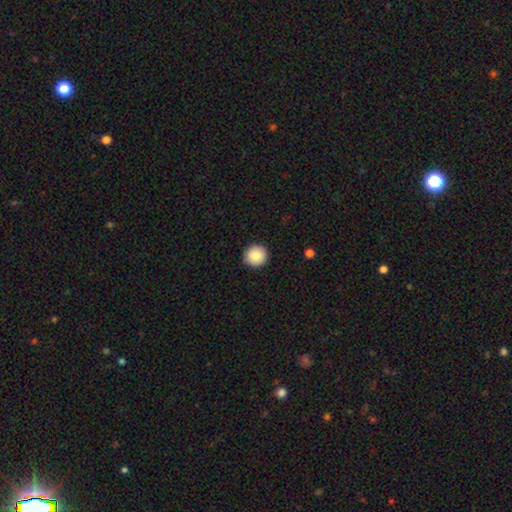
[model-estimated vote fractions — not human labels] Smooth or featured: smooth — 86% (star or artifact — 8%)
How rounded: round — 95% (in between — 4%)
Merging: none — 91% (minor disturbance — 6%)